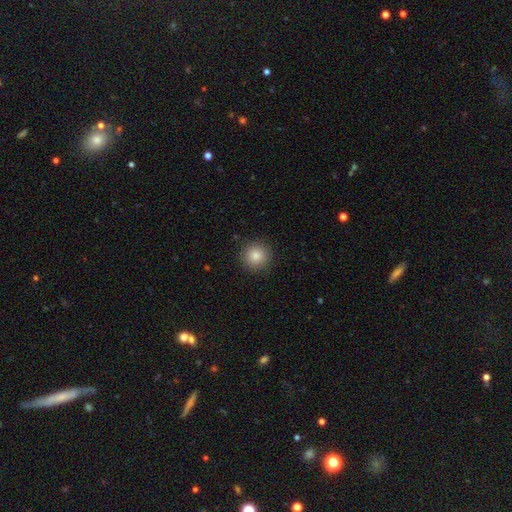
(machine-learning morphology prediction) Smooth or featured?
  - smooth: 85% *
  - star or artifact: 9%
  - featured or disk: 6%
How rounded?
  - round: 94% *
  - in between: 5%
  - cigar-shaped: 1%
Merging?
  - none: 90% *
  - minor disturbance: 7%
  - major disturbance: 2%
  - merger: 1%